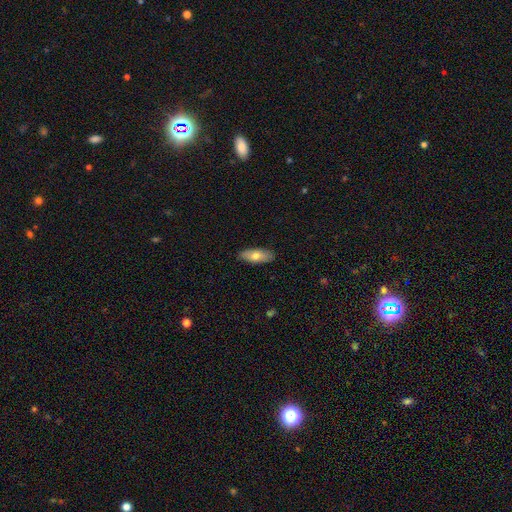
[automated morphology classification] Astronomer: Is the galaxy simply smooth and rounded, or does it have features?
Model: smooth — 72%.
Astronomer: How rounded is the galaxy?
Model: in between — 76%.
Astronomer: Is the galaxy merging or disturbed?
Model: none — 89%.